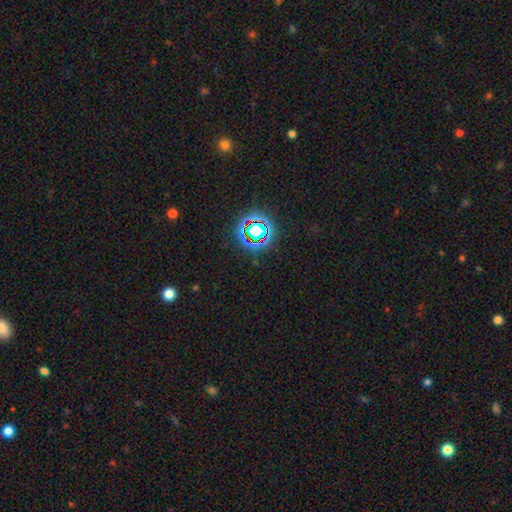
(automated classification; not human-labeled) Smooth or featured: star or artifact — 76% (smooth — 15%)